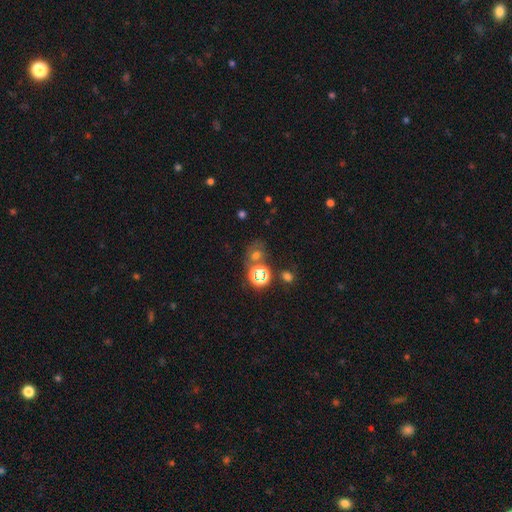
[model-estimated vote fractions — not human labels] Smooth or featured: star or artifact — 44% (smooth — 43%)